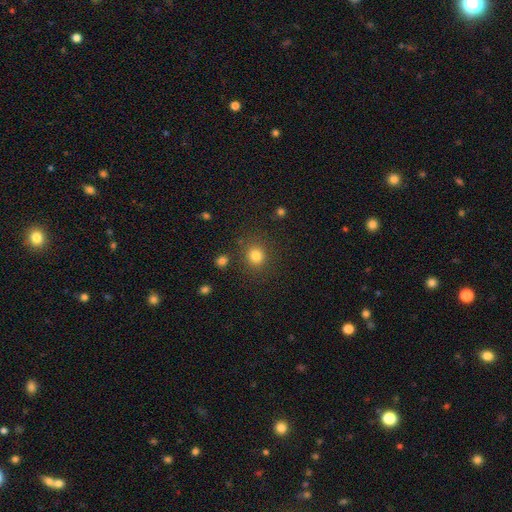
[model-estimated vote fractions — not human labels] smooth_or_featured: smooth (p=0.82) [alt: star or artifact p=0.12]
how_rounded: round (p=0.86) [alt: in between p=0.13]
merging: none (p=0.84) [alt: minor disturbance p=0.09]